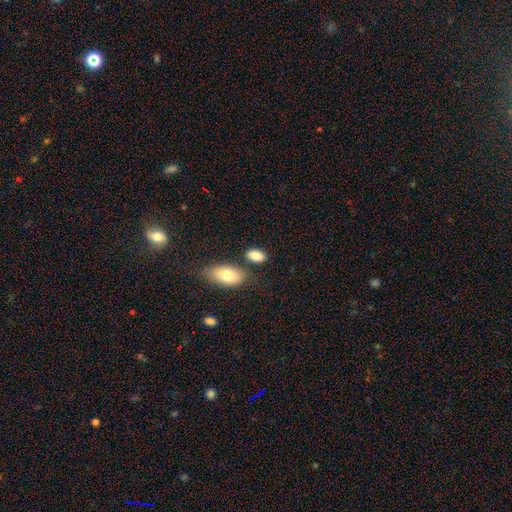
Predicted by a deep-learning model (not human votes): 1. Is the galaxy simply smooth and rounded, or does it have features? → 85% smooth, 8% star or artifact, 7% featured or disk.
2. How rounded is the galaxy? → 90% in between, 7% round, 3% cigar-shaped.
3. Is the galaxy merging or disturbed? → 69% none, 14% merger, 13% minor disturbance, 4% major disturbance.